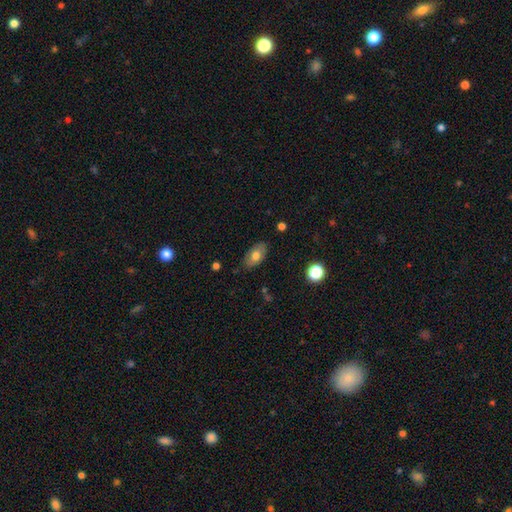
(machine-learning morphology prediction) Smooth or featured? smooth (68%)
How rounded? in between (92%)
Merging? none (82%)